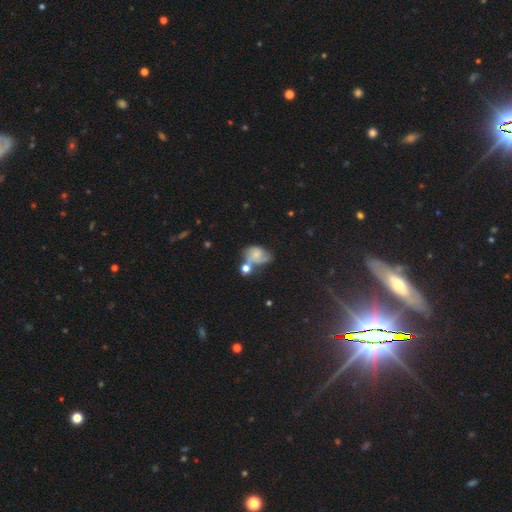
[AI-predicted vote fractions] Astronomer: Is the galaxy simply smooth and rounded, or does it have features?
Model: featured or disk — 48% (runner-up: smooth, 39%).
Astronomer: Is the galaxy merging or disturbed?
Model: merger — 31% (runner-up: none, 27%).